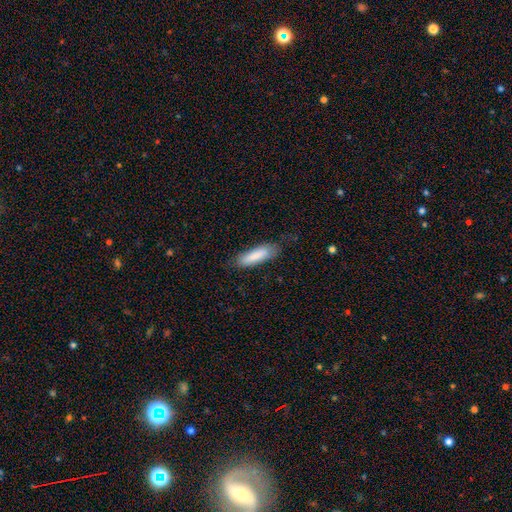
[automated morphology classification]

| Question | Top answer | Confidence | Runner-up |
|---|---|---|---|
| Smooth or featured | smooth | 85% | featured or disk (9%) |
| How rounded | cigar-shaped | 59% | in between (40%) |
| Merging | none | 75% | minor disturbance (19%) |